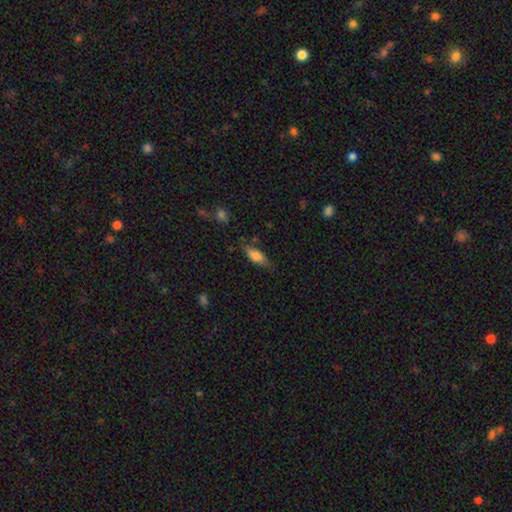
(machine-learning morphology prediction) Smooth or featured: smooth — 75% (featured or disk — 17%)
How rounded: in between — 66% (cigar-shaped — 31%)
Merging: none — 61% (minor disturbance — 27%)